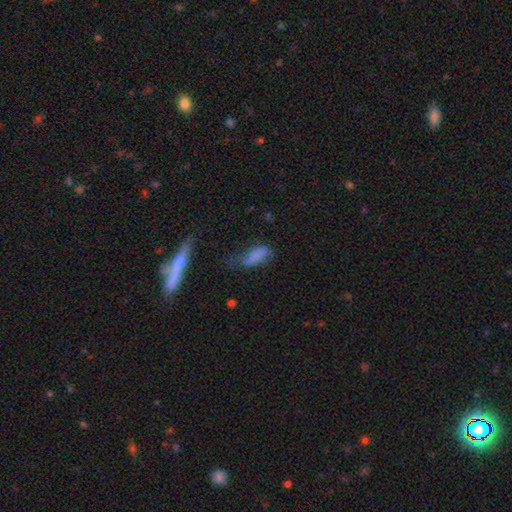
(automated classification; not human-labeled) This appears to be a smooth galaxy with no disk features (74%) that is in between round and cigar-shaped (68%). Merging: none (35%).